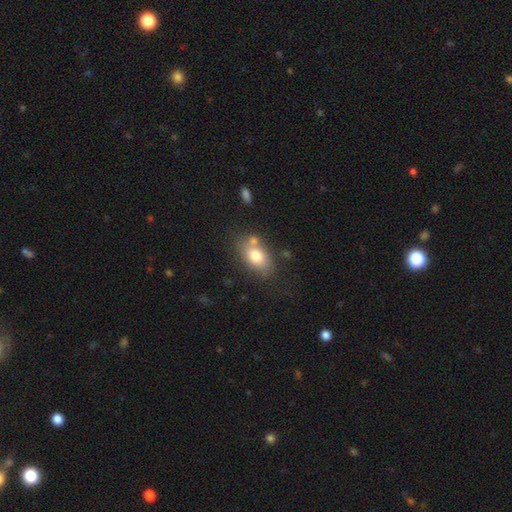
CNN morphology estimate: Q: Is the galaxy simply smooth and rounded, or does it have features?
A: smooth — 75%.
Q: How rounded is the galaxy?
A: in between — 85%.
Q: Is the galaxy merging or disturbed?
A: none — 62%.